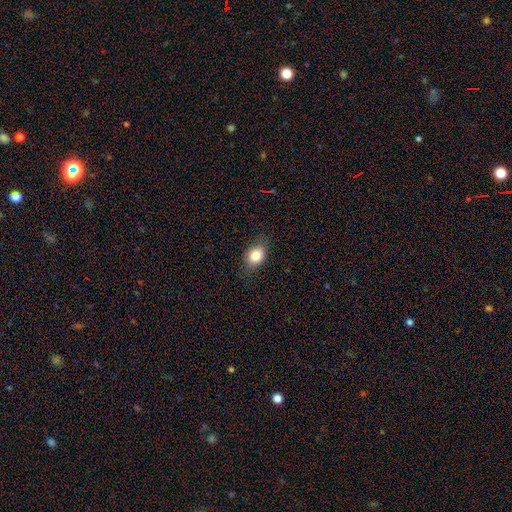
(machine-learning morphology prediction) This is clearly a smooth galaxy (83%). How rounded: likely in between (70%). Merging: clearly none (80%).